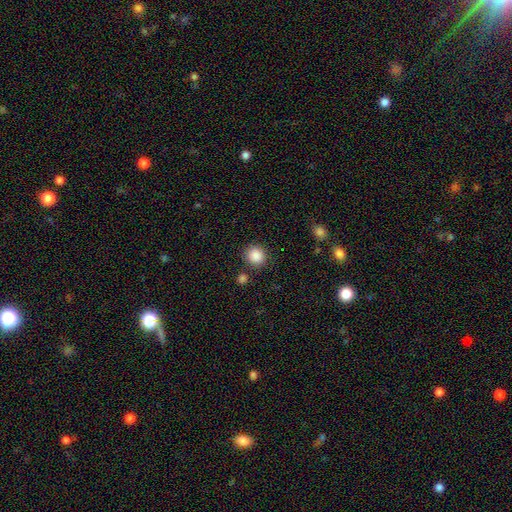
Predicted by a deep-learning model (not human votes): Morphology: type=smooth (88%); roundness=round (87%); merging=none (83%).